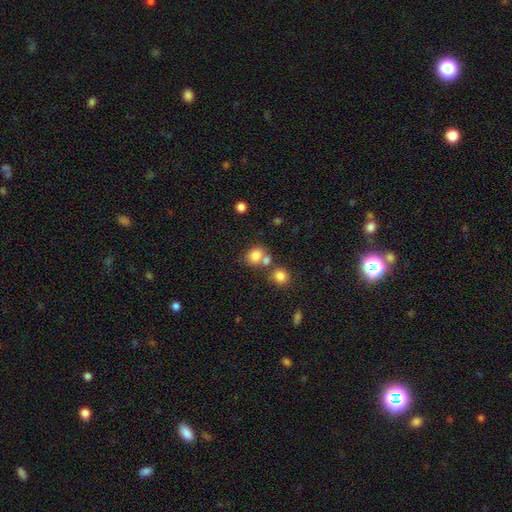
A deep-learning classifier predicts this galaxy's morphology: Smooth or featured? Predicted: smooth (p=0.79). How rounded? Predicted: round (p=0.58). Merging? Predicted: none (p=0.49).